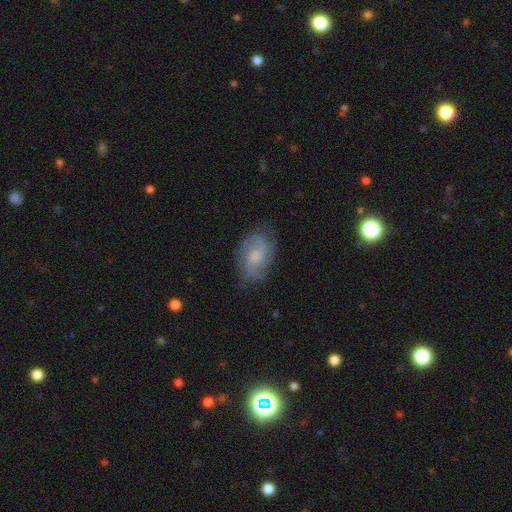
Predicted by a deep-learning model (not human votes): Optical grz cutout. It shows a featured or disk galaxy (68%) with no bar (59%), 2 (50%) medium (48%) spiral arms (92%) and a moderate central bulge (45%). Merging: none (72%).